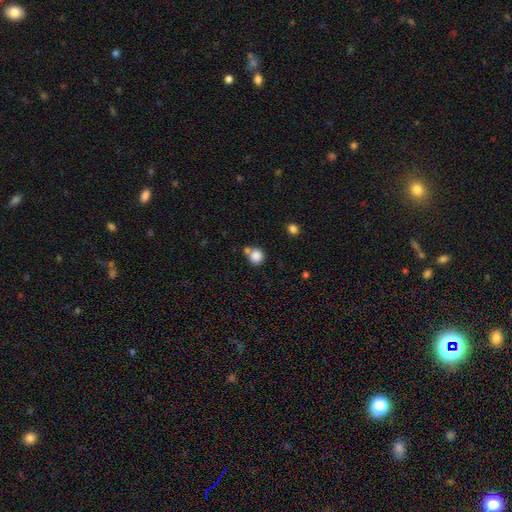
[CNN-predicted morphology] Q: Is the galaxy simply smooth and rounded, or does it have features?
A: smooth — 85%.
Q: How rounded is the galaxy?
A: round — 89%.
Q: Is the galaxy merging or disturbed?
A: none — 60%.